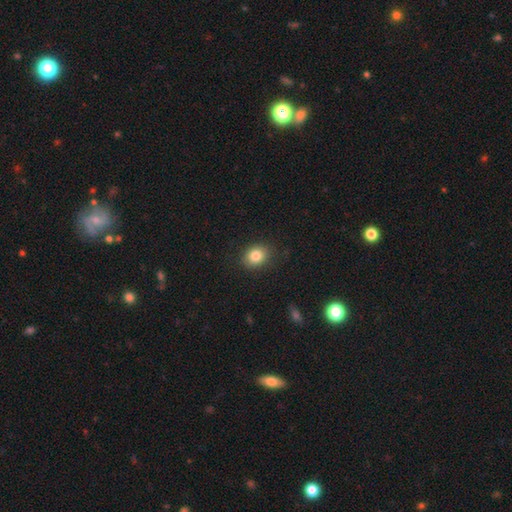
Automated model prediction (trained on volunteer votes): smooth-or-featured: smooth: 82% | star or artifact: 10% | featured or disk: 7%
  how-rounded: round: 56% | in between: 44% | cigar-shaped: 1%
  merging: none: 87% | minor disturbance: 9% | major disturbance: 3% | merger: 1%